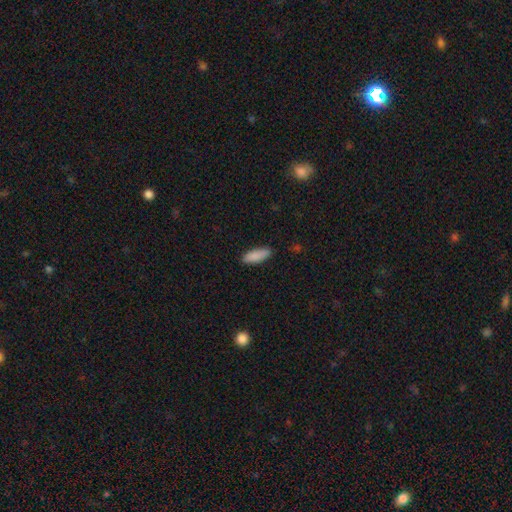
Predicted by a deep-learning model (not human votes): A smooth galaxy with no disk features (89%) that is in between round and cigar-shaped (65%). Merging: none (87%).